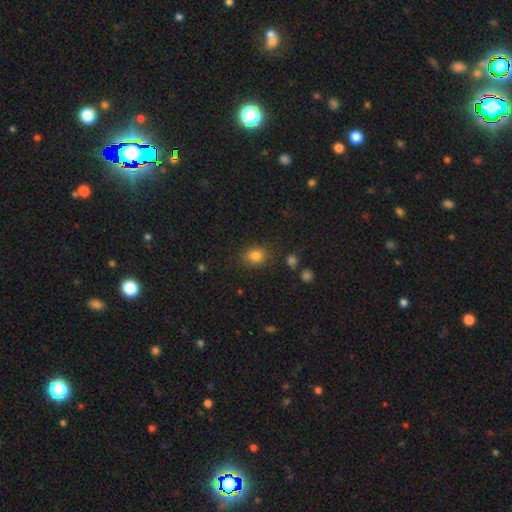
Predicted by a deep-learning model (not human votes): Smooth or featured?
  - smooth: 81% *
  - star or artifact: 13%
  - featured or disk: 7%
How rounded?
  - round: 54% *
  - in between: 45%
  - cigar-shaped: 1%
Merging?
  - none: 77% *
  - minor disturbance: 16%
  - major disturbance: 5%
  - merger: 3%